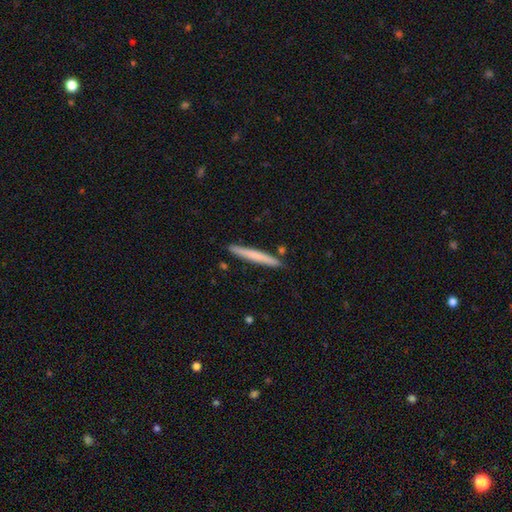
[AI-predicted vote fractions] The model was most divided on "smooth or featured": smooth: 63%, featured or disk: 32%, star or artifact: 5%. More confident: how rounded — cigar-shaped (97%); merging — none (88%).